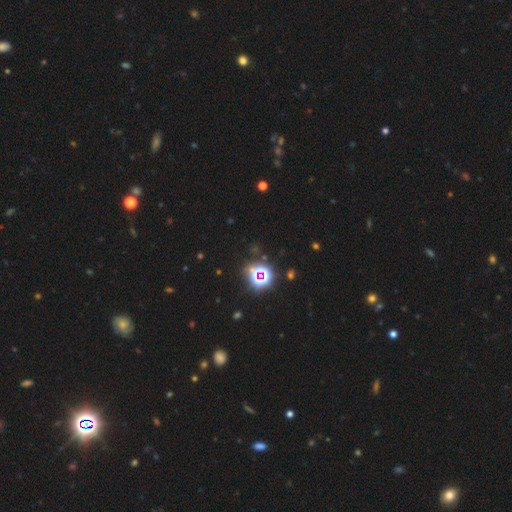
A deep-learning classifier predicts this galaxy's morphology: Overall: star or artifact (75%).